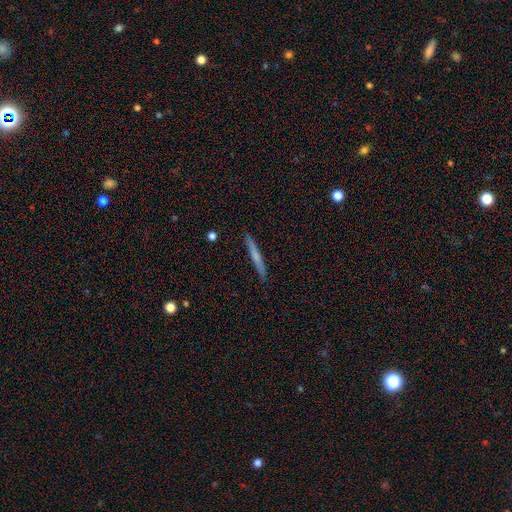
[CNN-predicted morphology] Smooth or featured: smooth — 53% (featured or disk — 42%)
How rounded: cigar-shaped — 96% (in between — 3%)
Merging: none — 91% (minor disturbance — 6%)